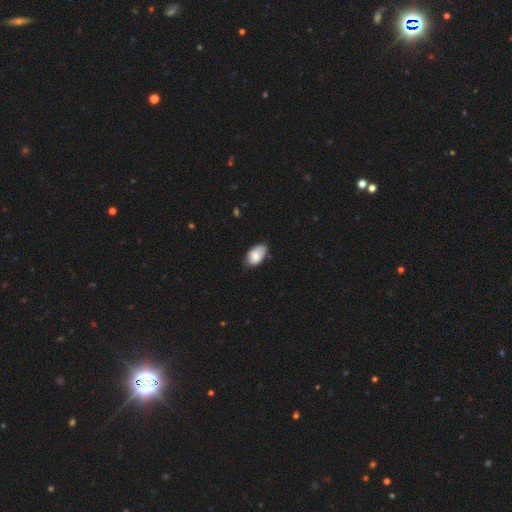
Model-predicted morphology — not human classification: Smooth or featured?
  - smooth: 79% *
  - featured or disk: 14%
  - star or artifact: 7%
How rounded?
  - in between: 93% *
  - round: 6%
  - cigar-shaped: 1%
Merging?
  - none: 62% *
  - minor disturbance: 32%
  - major disturbance: 5%
  - merger: 2%